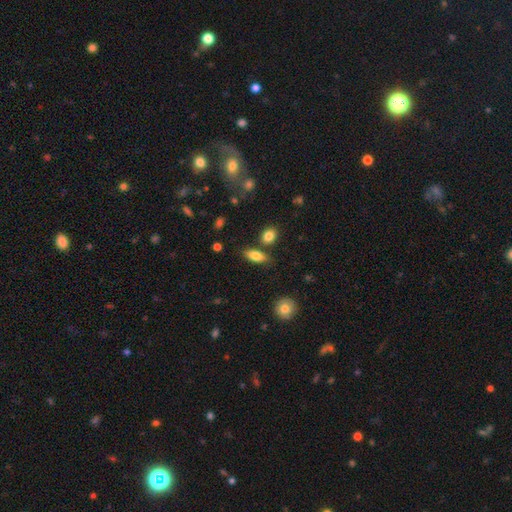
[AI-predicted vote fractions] smooth_or_featured: smooth (p=0.81) [alt: featured or disk p=0.11]
how_rounded: in between (p=0.79) [alt: cigar-shaped p=0.17]
merging: none (p=0.75) [alt: minor disturbance p=0.14]